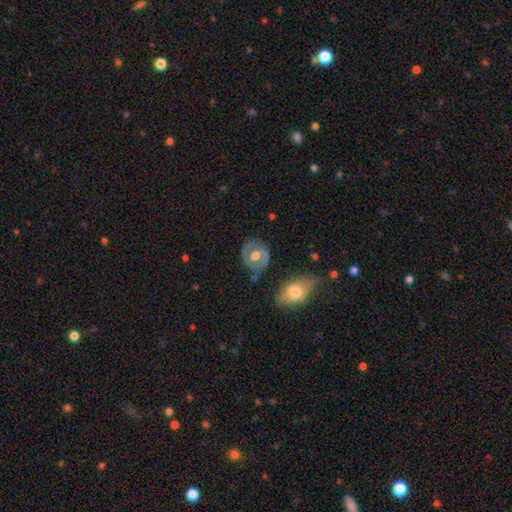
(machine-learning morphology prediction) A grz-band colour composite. It shows a featured or disk galaxy (57%) with no bar (66%), no spiral arms (62%) and a moderate central bulge (64%). Merging: none (74%).